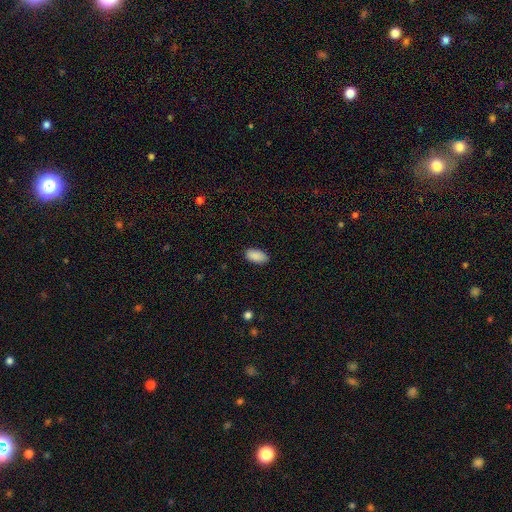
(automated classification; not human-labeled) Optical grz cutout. It shows a smooth galaxy with no disk features (90%) that is in between round and cigar-shaped (95%). Merging: none (86%).